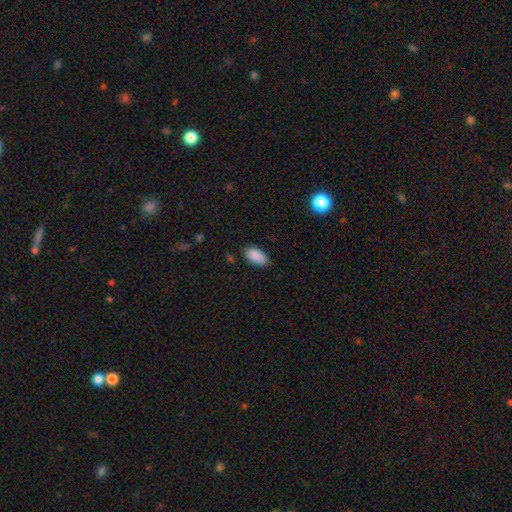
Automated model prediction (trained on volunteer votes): smooth-or-featured: smooth: 89% | star or artifact: 7% | featured or disk: 4%
  how-rounded: in between: 94% | round: 3% | cigar-shaped: 3%
  merging: none: 78% | minor disturbance: 18% | major disturbance: 3% | merger: 1%